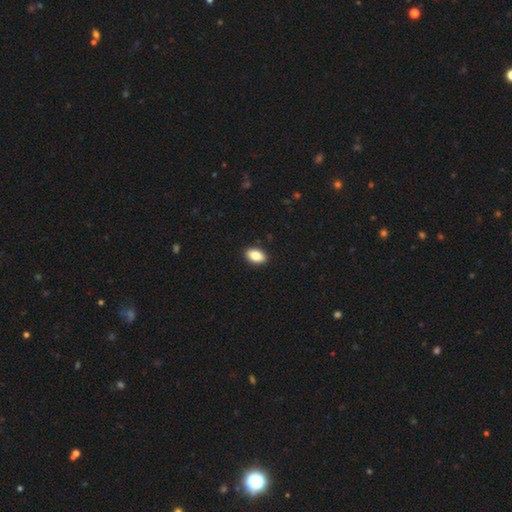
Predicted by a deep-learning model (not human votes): This is clearly a smooth galaxy (84%). How rounded: clearly in between (89%). Merging: clearly none (91%).